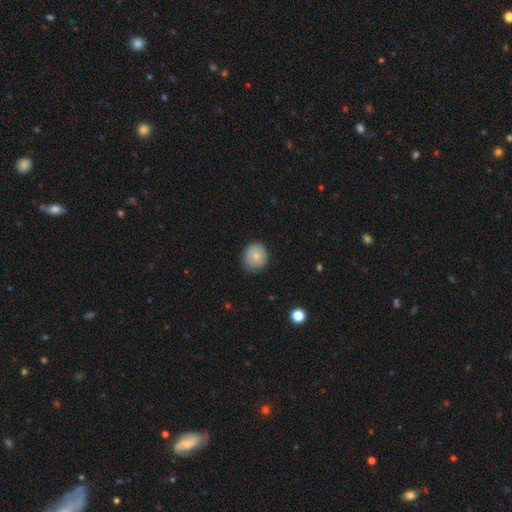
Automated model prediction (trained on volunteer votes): Morphology: type=smooth (75%); roundness=round (77%); merging=none (77%).